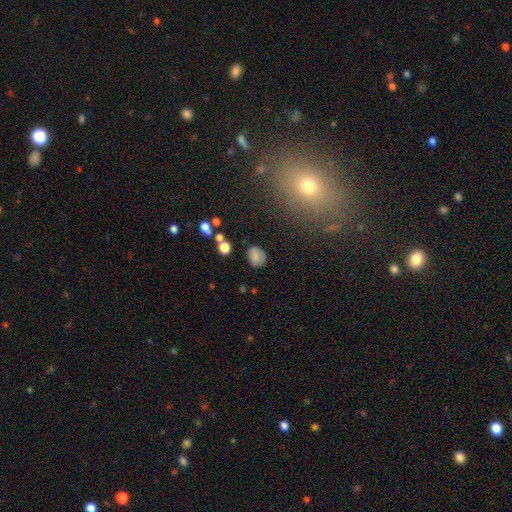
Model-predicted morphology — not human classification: This appears to be a smooth galaxy with no disk features (77%) that is round (55%). Merging: none (72%).